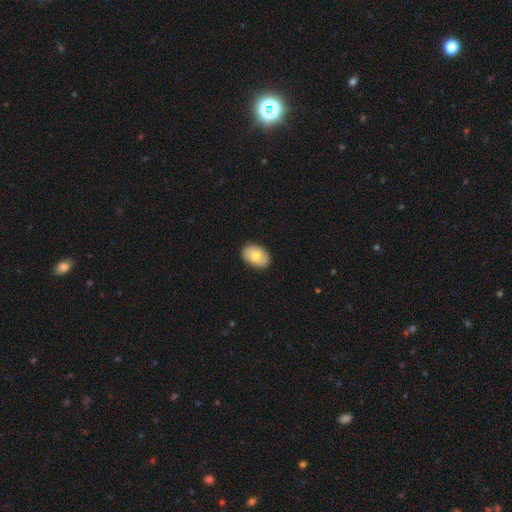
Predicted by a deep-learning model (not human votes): Smooth or featured? Predicted: smooth (p=0.67). How rounded? Predicted: in between (p=0.78). Merging? Predicted: none (p=0.87).